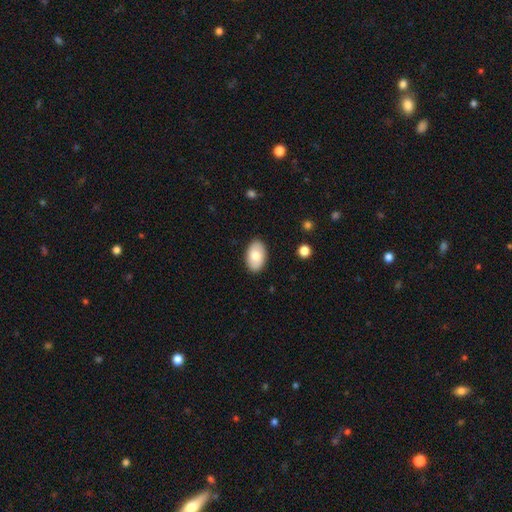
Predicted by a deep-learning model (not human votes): A smooth galaxy with no disk features (75%) that is in between round and cigar-shaped (93%).

Vote fractions:
- Smooth or featured? smooth: 75% / featured or disk: 19% / star or artifact: 6%
- How rounded? in between: 93% / round: 6% / cigar-shaped: 1%
- Merging? none: 88% / minor disturbance: 9% / major disturbance: 2% / merger: 1%